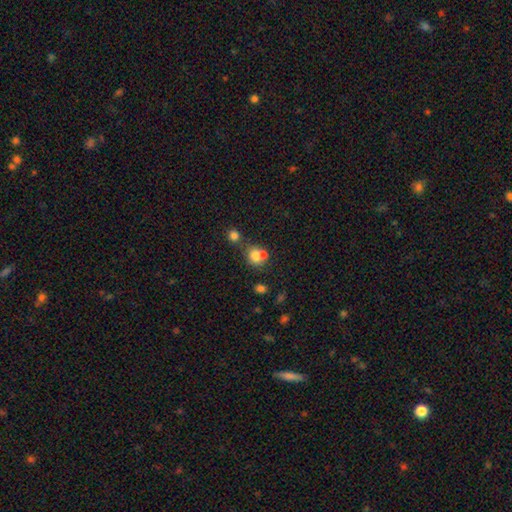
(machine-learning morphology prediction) A smooth galaxy with no disk features (73%) that is round (77%). Merging: merger (48%).